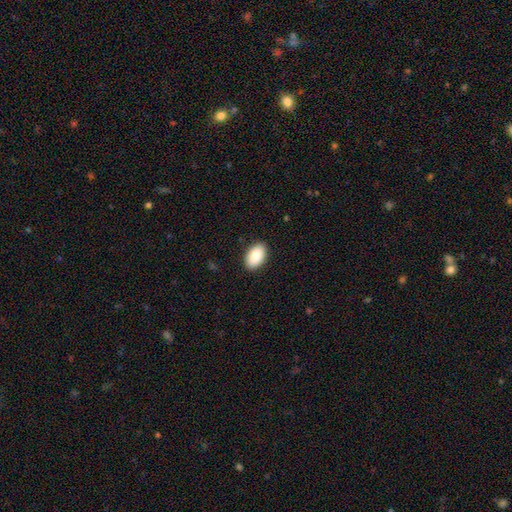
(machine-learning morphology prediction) smooth_or_featured: smooth (p=0.88) [alt: star or artifact p=0.06]
how_rounded: in between (p=0.94) [alt: round p=0.05]
merging: none (p=0.89) [alt: minor disturbance p=0.08]